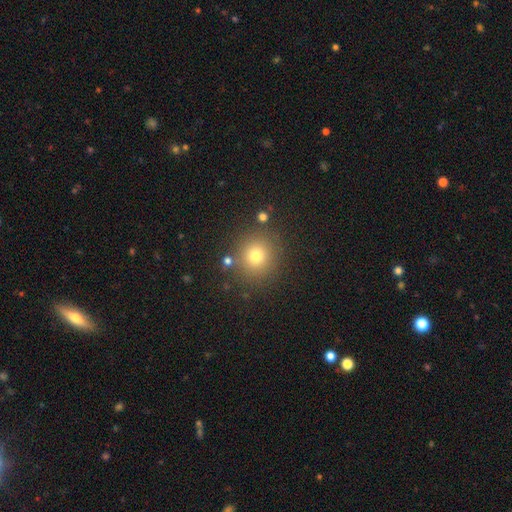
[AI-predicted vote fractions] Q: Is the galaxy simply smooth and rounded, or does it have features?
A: smooth — 74%.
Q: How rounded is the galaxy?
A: round — 89%.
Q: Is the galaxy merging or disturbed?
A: none — 85%.